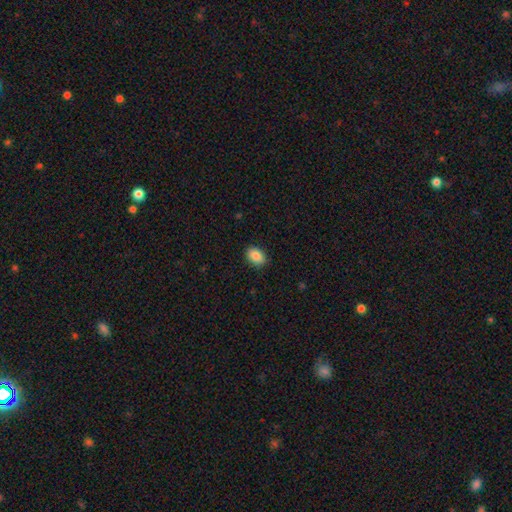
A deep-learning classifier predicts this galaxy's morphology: Smooth or featured? smooth (88%)
How rounded? in between (79%)
Merging? none (89%)